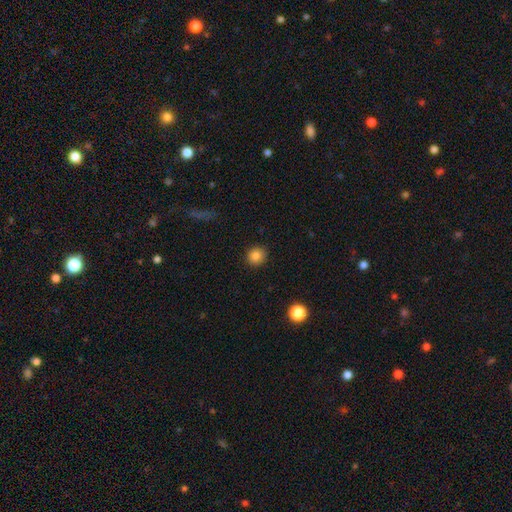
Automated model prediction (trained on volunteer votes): This appears to be a smooth galaxy with no disk features (85%) that is round (87%). Merging: none (90%).